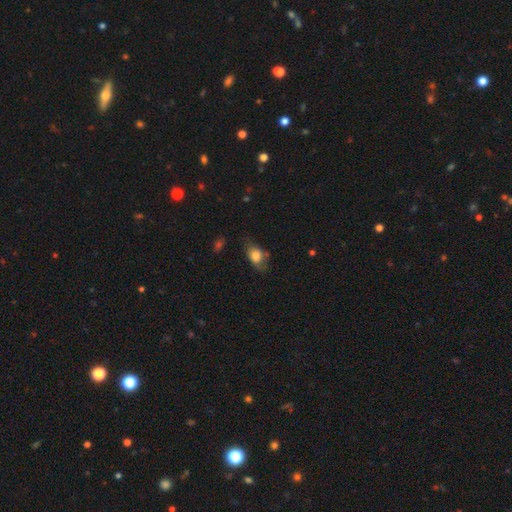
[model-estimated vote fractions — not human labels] A smooth galaxy with no disk features (76%) that is in between round and cigar-shaped (78%).

Vote fractions:
- Smooth or featured? smooth: 76% / featured or disk: 16% / star or artifact: 8%
- How rounded? in between: 78% / round: 19% / cigar-shaped: 3%
- Merging? none: 48% / minor disturbance: 32% / major disturbance: 16% / merger: 3%